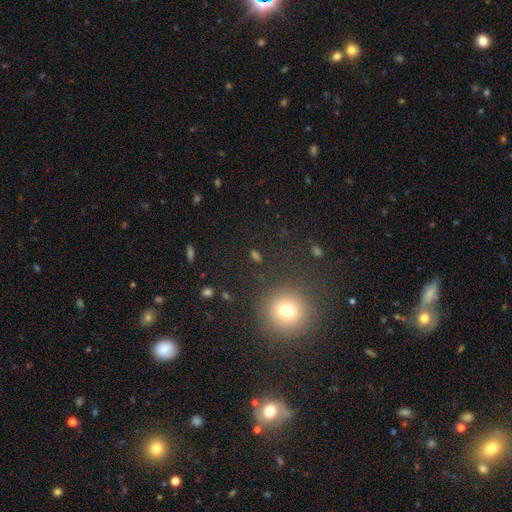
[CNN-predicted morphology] The model was most divided on "smooth or featured": smooth: 55%, star or artifact: 34%, featured or disk: 11%. More confident: merging — none (85%); how rounded — round (73%).